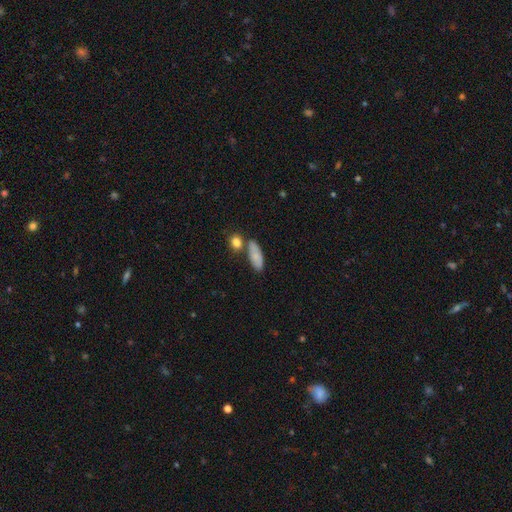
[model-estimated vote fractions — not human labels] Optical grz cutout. It shows a smooth galaxy with no disk features (78%) that is in between round and cigar-shaped (76%). Merging: none (59%).